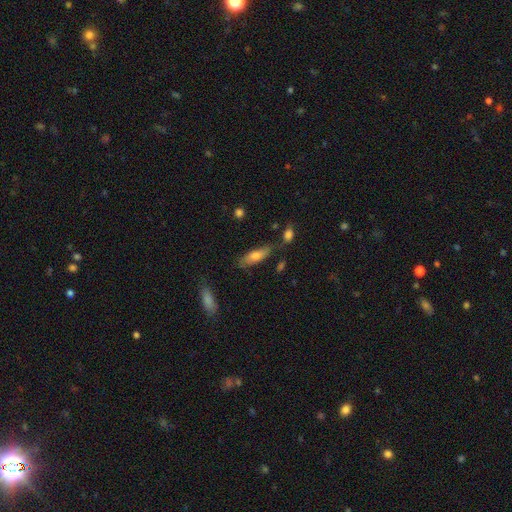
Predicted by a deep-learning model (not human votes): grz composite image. It shows a smooth galaxy with no disk features (70%) that is in between round and cigar-shaped (58%). Merging: none (66%).